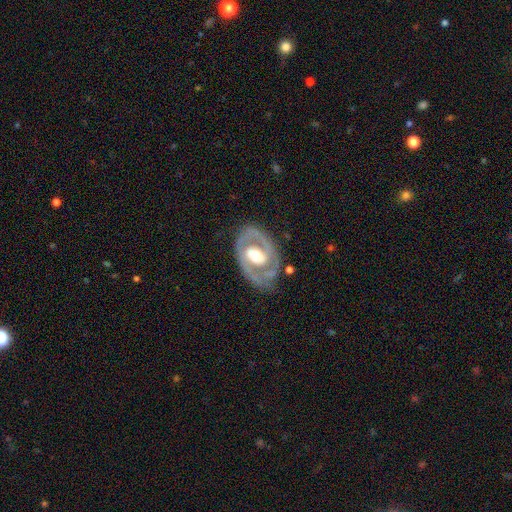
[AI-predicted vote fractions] smooth_or_featured: featured or disk (p=0.79) [alt: smooth p=0.16]
disk_edge_on: no (p=0.95) [alt: yes p=0.05]
bar: no (p=0.44) [alt: weak p=0.34]
has_spiral_arms: yes (p=0.65) [alt: no p=0.35]
bulge_size: moderate (p=0.63) [alt: large p=0.23]
merging: none (p=0.70) [alt: minor disturbance p=0.18]